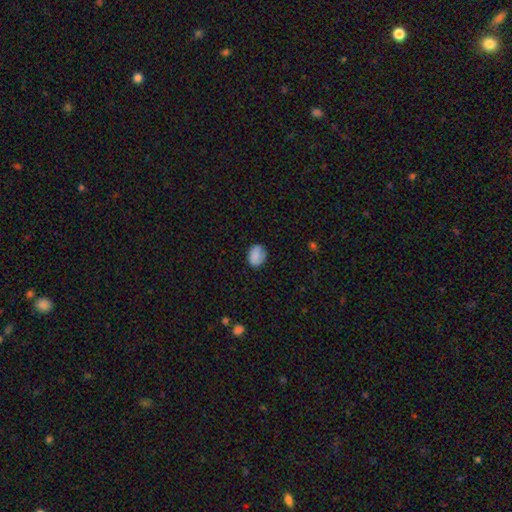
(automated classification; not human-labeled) A smooth galaxy with no disk features (84%) that is in between round and cigar-shaped (64%). Merging: none (78%).